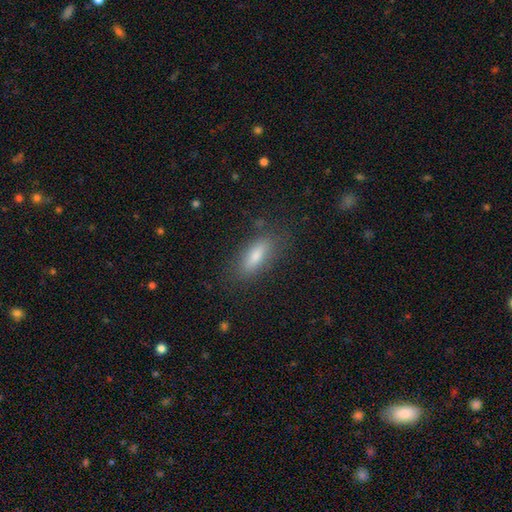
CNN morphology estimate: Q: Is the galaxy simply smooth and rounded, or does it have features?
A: smooth — 74%.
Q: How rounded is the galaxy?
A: in between — 61%.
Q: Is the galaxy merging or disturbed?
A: none — 82%.